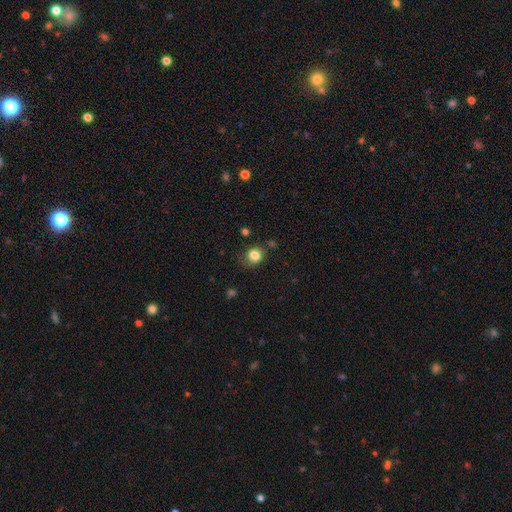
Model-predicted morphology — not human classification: Smooth or featured: smooth — 83% (star or artifact — 11%)
How rounded: round — 61% (in between — 38%)
Merging: none — 65% (minor disturbance — 23%)